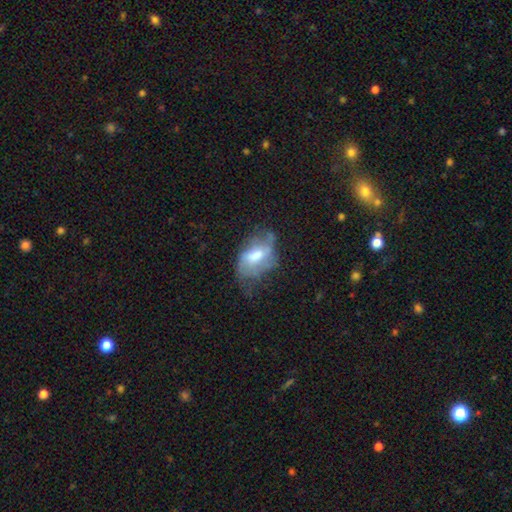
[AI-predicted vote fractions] This appears to be a smooth galaxy with no disk features (47%). Merging: major disturbance (33%, tied with none).